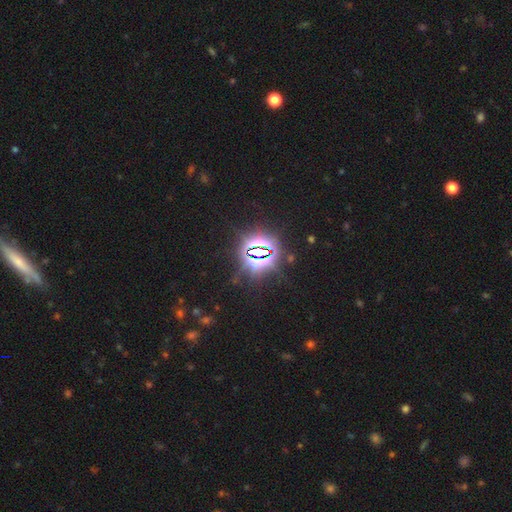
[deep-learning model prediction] This appears to be a star or artifact, not a galaxy (83%).